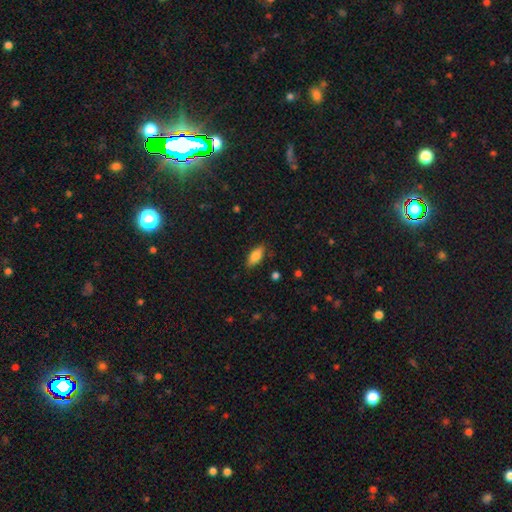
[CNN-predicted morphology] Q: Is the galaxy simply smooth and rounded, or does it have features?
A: smooth — 82%.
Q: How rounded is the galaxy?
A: in between — 82%.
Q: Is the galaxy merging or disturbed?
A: none — 84%.